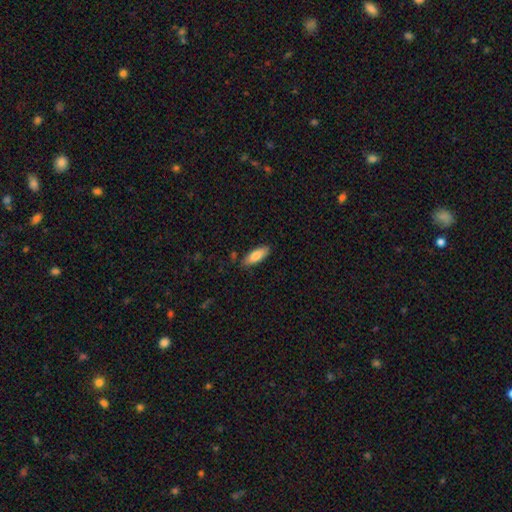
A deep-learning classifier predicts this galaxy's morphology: Smooth or featured? Predicted: smooth (p=0.82). How rounded? Predicted: in between (p=0.67). Merging? Predicted: none (p=0.84).